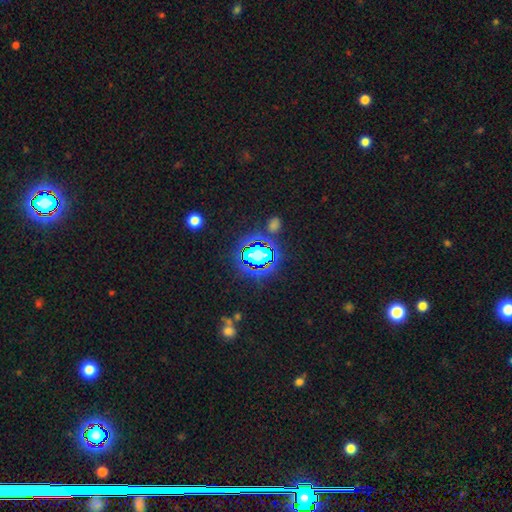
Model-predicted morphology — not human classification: This appears to be a star or artifact, not a galaxy (67%).